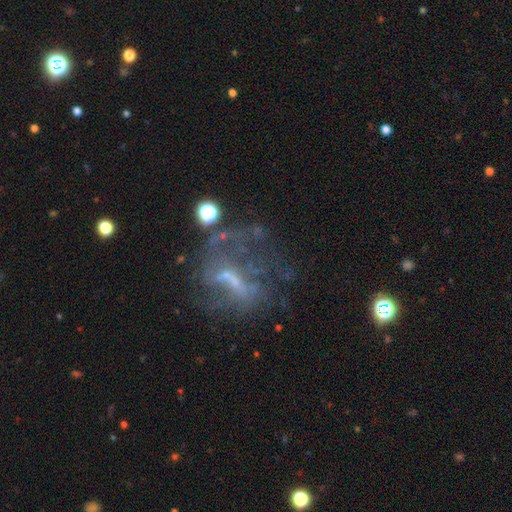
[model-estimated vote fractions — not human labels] Morphology: type=featured or disk (58%); edge-on=no (88%); bar=weak (38%); spiral arms=no (56%); bulge=small (44%); merging=none (46%).